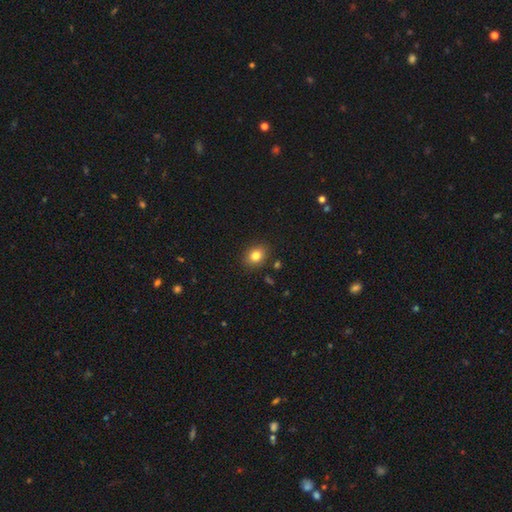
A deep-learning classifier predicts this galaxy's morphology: type=smooth (81%); roundness=round (50%); merging=none (87%).